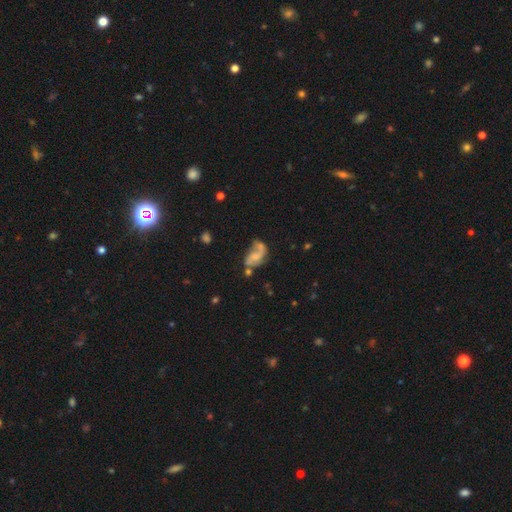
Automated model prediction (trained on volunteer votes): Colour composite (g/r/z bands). It shows a featured or disk galaxy (61%) with no bar (63%), spiral arms (75%) and a small central bulge (38%). Merging: none (31%).